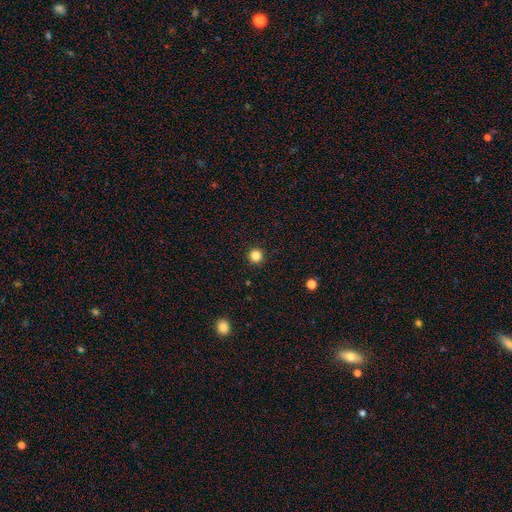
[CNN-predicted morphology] This appears to be a smooth galaxy with no disk features (84%) that is round (96%). Merging: none (93%).